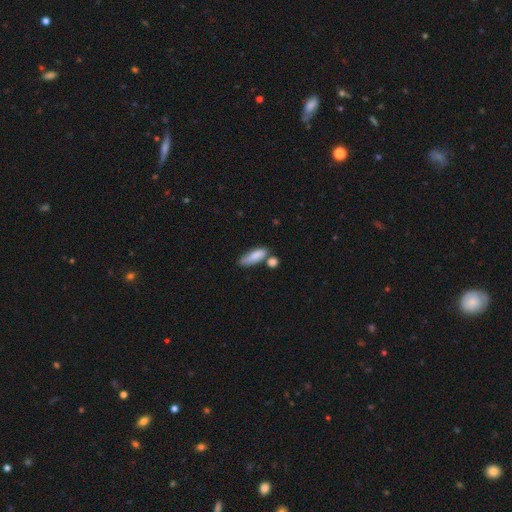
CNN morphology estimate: The model was most divided on "how rounded": in between: 57%, cigar-shaped: 40%, round: 3%. Remaining: smooth or featured — smooth (81%); merging — none (47%).